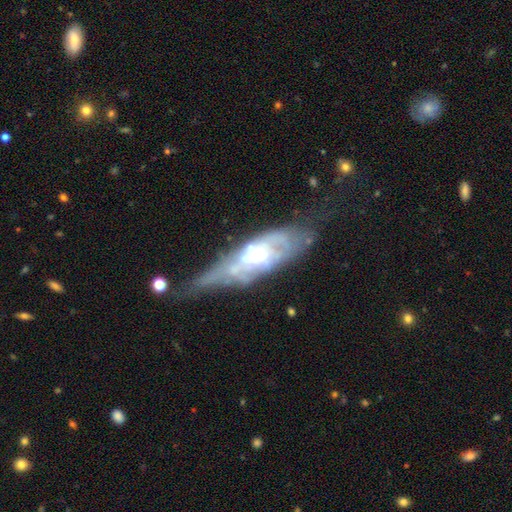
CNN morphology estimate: Smooth or featured? featured or disk (73%)
Edge-on disk? no (73%)
Bar? no (56%)
Spiral arms? yes (52%)
Bulge size? moderate (47%)
Merging? none (33%)